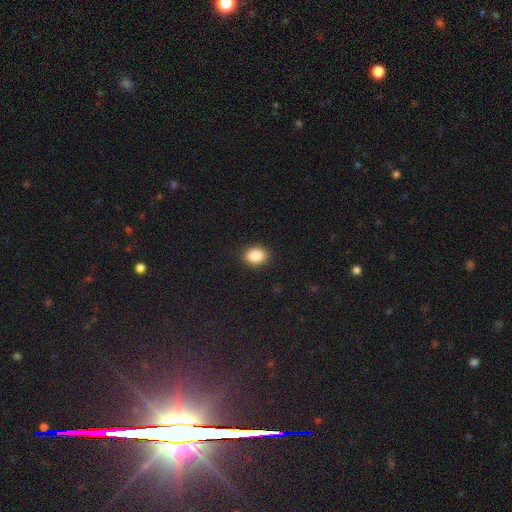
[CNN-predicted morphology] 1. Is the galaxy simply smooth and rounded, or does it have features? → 86% smooth, 9% star or artifact, 5% featured or disk.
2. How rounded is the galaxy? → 60% in between, 39% round, 1% cigar-shaped.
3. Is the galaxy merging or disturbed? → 90% none, 7% minor disturbance, 2% major disturbance, 1% merger.